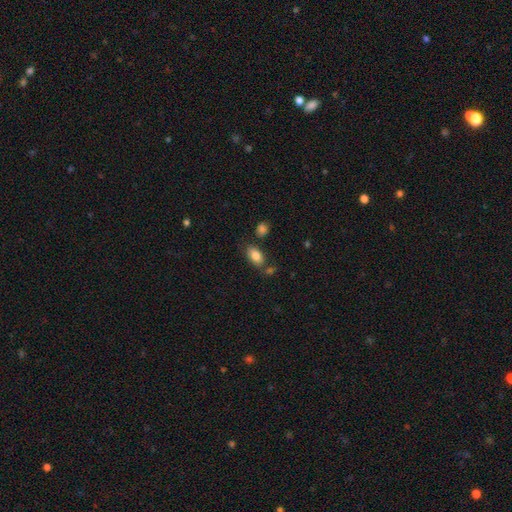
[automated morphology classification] Overall: smooth (84%). How rounded: in between (89%). Merging: none (70%).